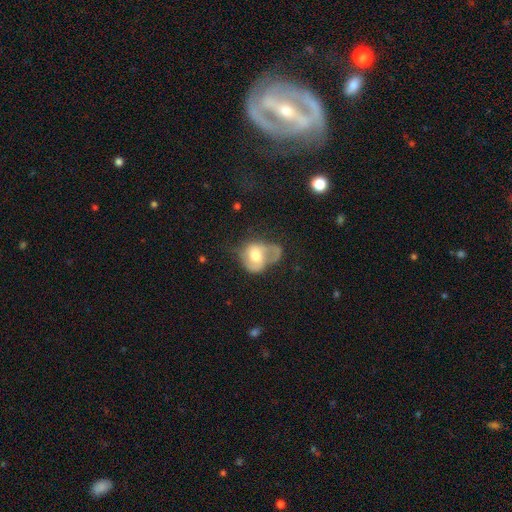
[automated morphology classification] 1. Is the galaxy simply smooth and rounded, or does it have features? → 49% smooth, 43% featured or disk, 8% star or artifact.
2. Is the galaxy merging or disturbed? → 45% major disturbance, 27% minor disturbance, 21% none, 7% merger.